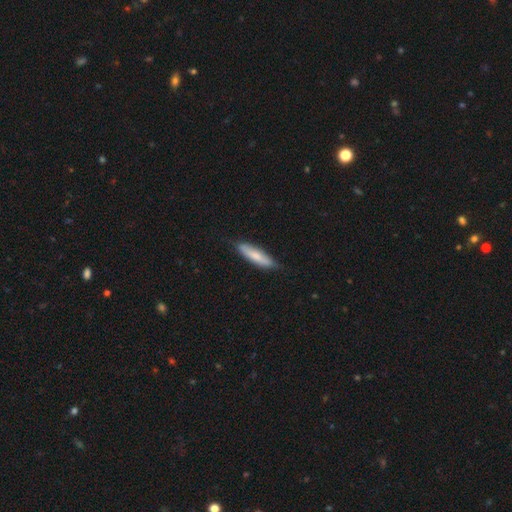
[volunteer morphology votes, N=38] Smooth or featured: smooth — 79% (featured or disk — 16%)
How rounded: cigar-shaped — 60% (in between — 33%)
Merging: none — 75% (minor disturbance — 17%)